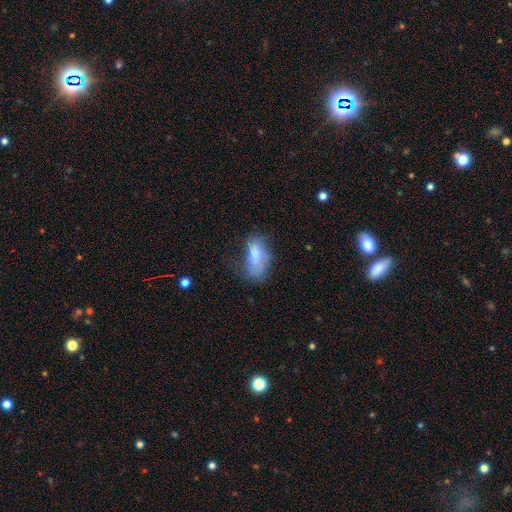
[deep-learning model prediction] Q: Smooth or featured?
A: smooth (64%); runner-up: featured or disk (27%)
Q: How rounded?
A: in between (88%); runner-up: cigar-shaped (8%)
Q: Merging?
A: none (34%); runner-up: minor disturbance (30%)